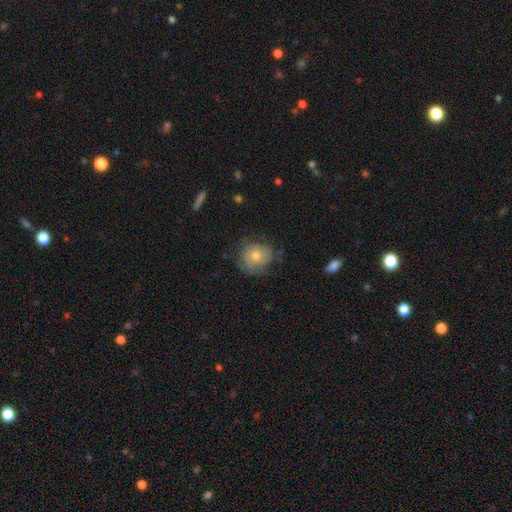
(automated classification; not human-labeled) A smooth galaxy with no disk features (66%) that is round (83%). Merging: none (62%).